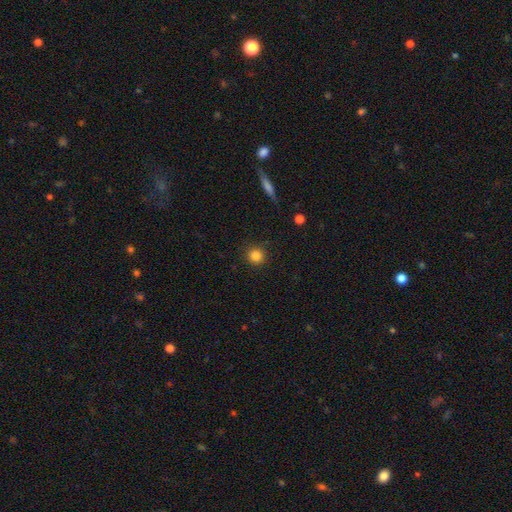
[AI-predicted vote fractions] Smooth or featured? Predicted: smooth (p=0.84). How rounded? Predicted: round (p=0.92). Merging? Predicted: none (p=0.90).